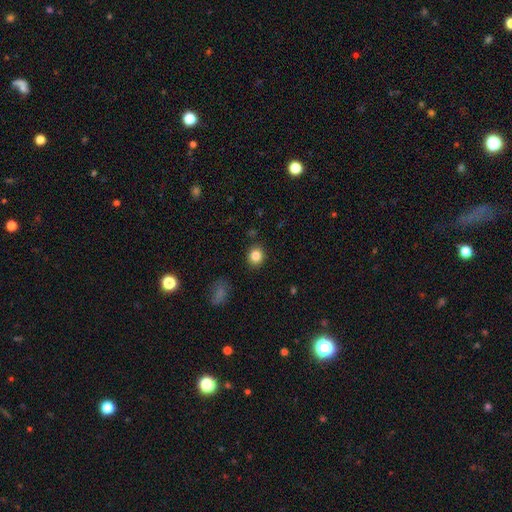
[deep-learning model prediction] Smooth or featured? Predicted: smooth (p=0.85). How rounded? Predicted: round (p=0.74). Merging? Predicted: none (p=0.88).